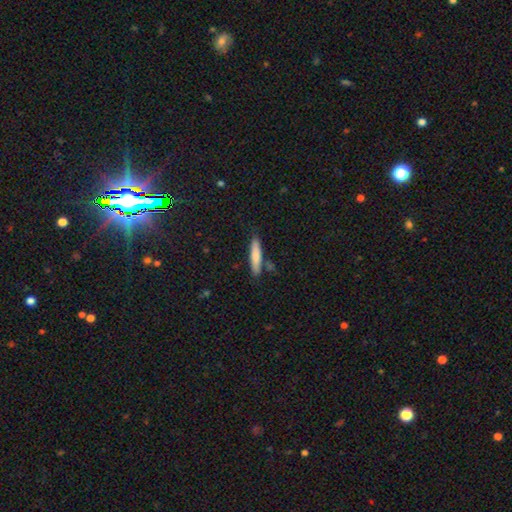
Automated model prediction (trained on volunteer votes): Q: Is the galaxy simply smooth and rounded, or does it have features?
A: smooth — 77%.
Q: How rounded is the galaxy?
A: cigar-shaped — 87%.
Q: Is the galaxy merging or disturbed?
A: none — 81%.